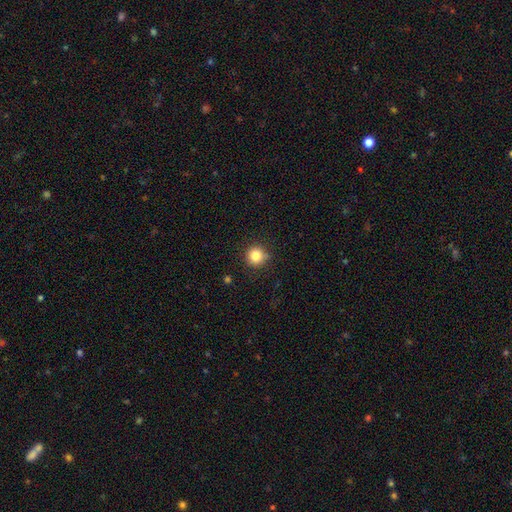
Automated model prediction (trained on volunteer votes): A smooth galaxy with no disk features (83%) that is round (94%). Merging: none (88%).